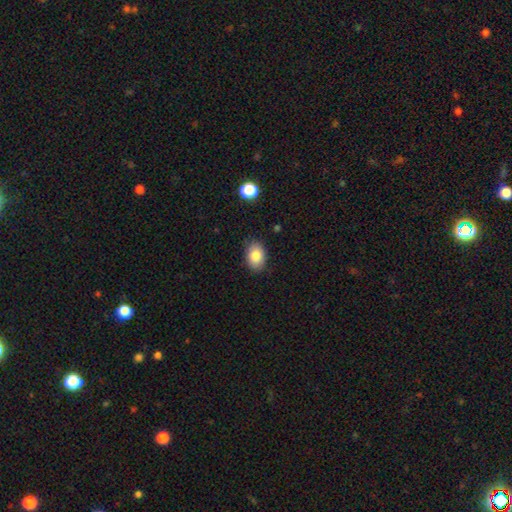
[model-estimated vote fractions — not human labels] This is clearly a smooth galaxy (84%). How rounded: clearly in between (81%). Merging: clearly none (85%).